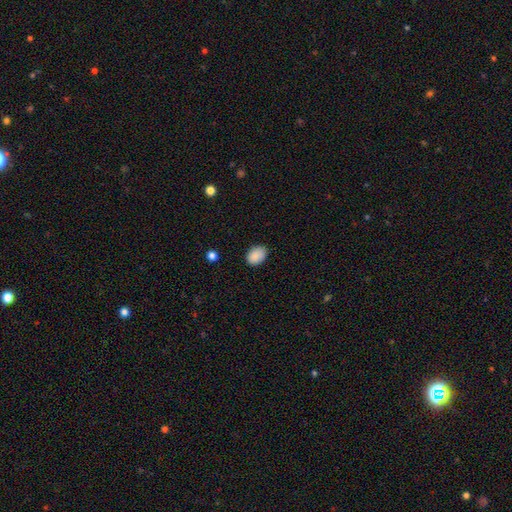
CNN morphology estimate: Smooth or featured?
  - smooth: 89% *
  - star or artifact: 8%
  - featured or disk: 4%
How rounded?
  - in between: 78% *
  - round: 21%
  - cigar-shaped: 1%
Merging?
  - none: 81% *
  - minor disturbance: 15%
  - major disturbance: 3%
  - merger: 1%